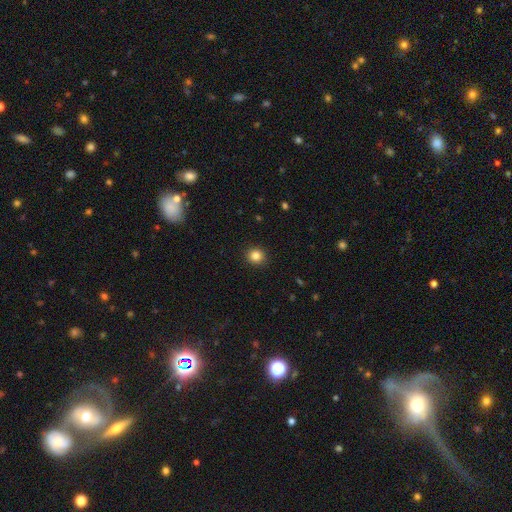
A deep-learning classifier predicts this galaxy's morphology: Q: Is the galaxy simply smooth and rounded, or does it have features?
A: smooth — 84%.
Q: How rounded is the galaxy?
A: round — 87%.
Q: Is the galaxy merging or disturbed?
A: none — 92%.